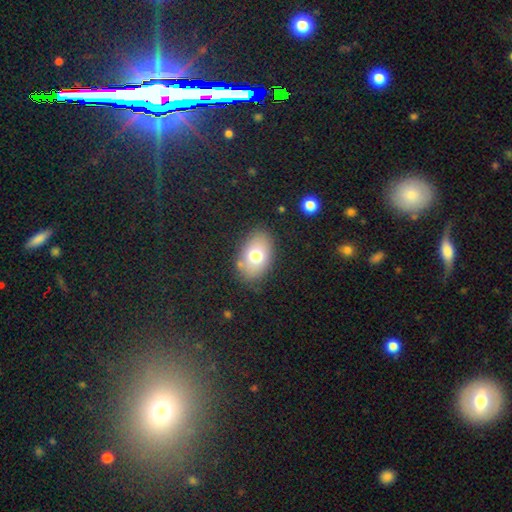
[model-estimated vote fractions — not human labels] smooth 72%, featured or disk 18%, star or artifact 10%. Down the decision tree: how rounded — in between (84%); merging — none (81%).